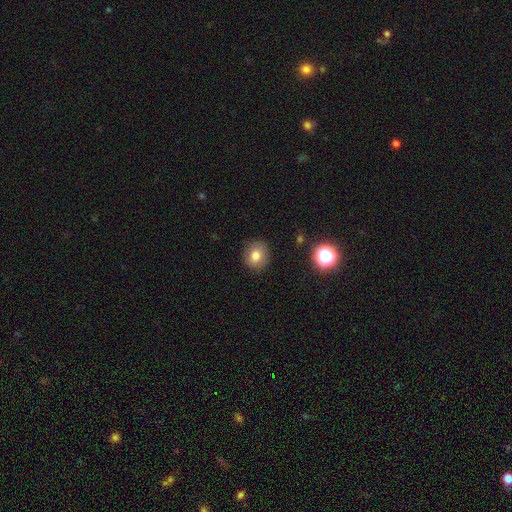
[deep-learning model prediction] Smooth or featured?
  - smooth: 79% *
  - star or artifact: 12%
  - featured or disk: 9%
How rounded?
  - round: 79% *
  - in between: 20%
  - cigar-shaped: 1%
Merging?
  - none: 86% *
  - minor disturbance: 10%
  - major disturbance: 3%
  - merger: 1%